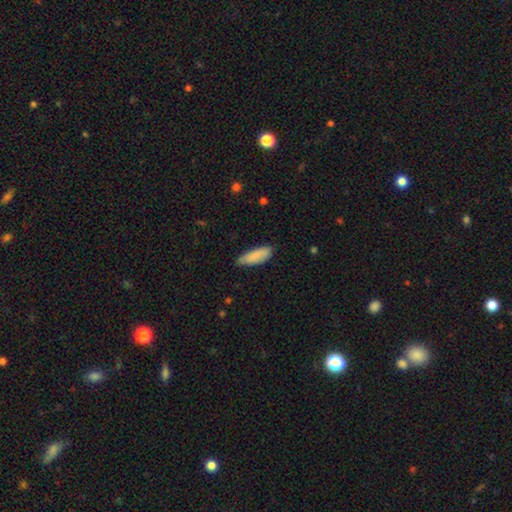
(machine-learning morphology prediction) The model was most divided on "how rounded": in between: 60%, cigar-shaped: 38%, round: 2%. More confident: smooth or featured — smooth (87%); merging — none (74%).